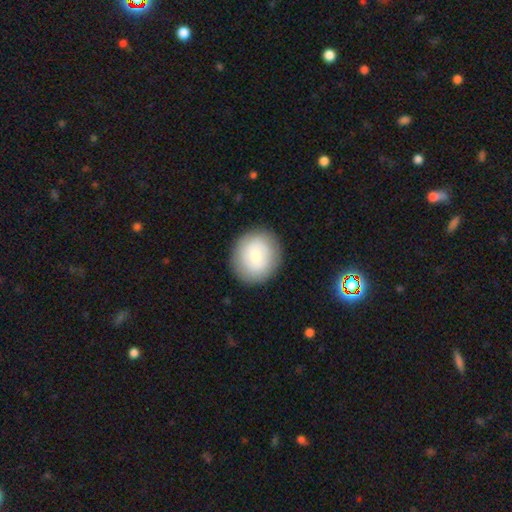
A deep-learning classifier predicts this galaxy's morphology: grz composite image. It shows a smooth galaxy with no disk features (70%) that is round (87%). Merging: none (88%).